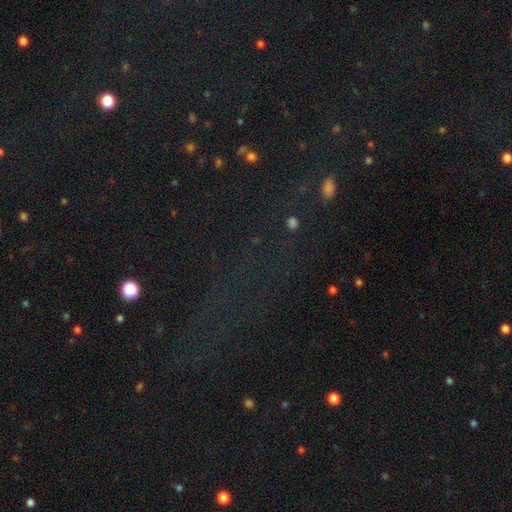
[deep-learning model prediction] smooth-or-featured: star or artifact: 72% | smooth: 18% | featured or disk: 10%